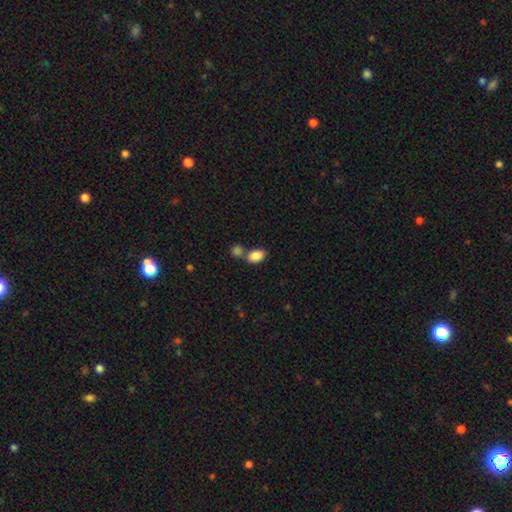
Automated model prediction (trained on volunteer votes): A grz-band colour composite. It shows a smooth galaxy with no disk features (87%) that is in between round and cigar-shaped (87%). Merging: none (53%).